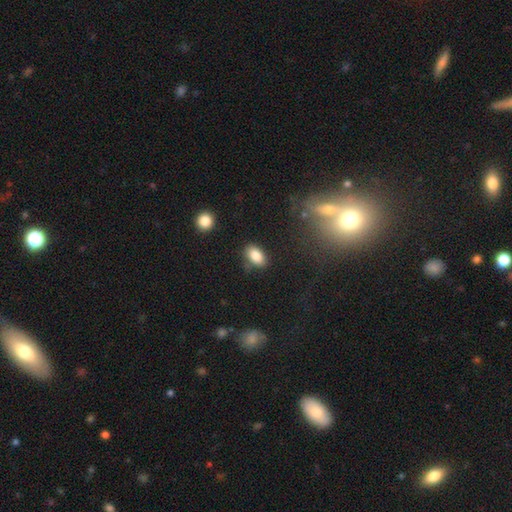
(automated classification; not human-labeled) smooth_or_featured: smooth (p=0.86) [alt: star or artifact p=0.08]
how_rounded: in between (p=0.89) [alt: round p=0.09]
merging: none (p=0.78) [alt: minor disturbance p=0.16]